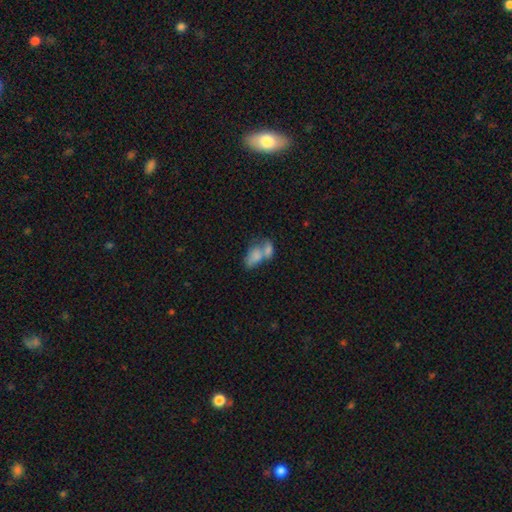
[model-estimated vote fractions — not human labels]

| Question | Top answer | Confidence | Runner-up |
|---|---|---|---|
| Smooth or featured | smooth | 71% | featured or disk (20%) |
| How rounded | in between | 87% | round (10%) |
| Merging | merger | 69% | none (16%) |